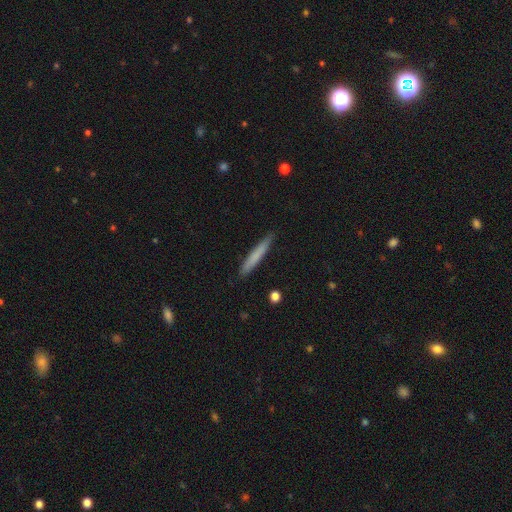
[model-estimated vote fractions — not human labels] This appears to be a smooth galaxy with no disk features (71%) that is cigar-shaped (96%). Merging: none (90%).